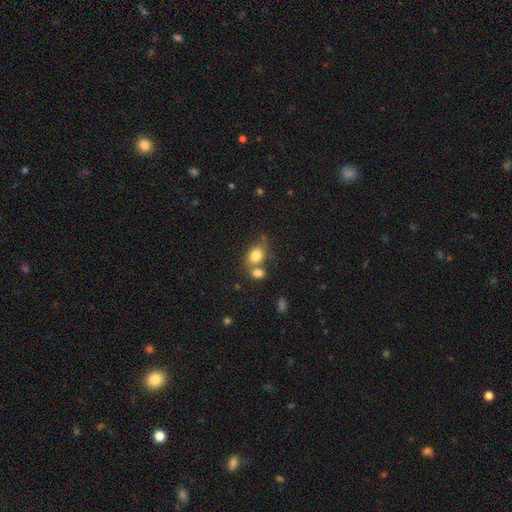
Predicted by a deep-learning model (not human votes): Smooth or featured: smooth — 81% (featured or disk — 10%)
How rounded: in between — 66% (round — 33%)
Merging: none — 48% (merger — 36%)